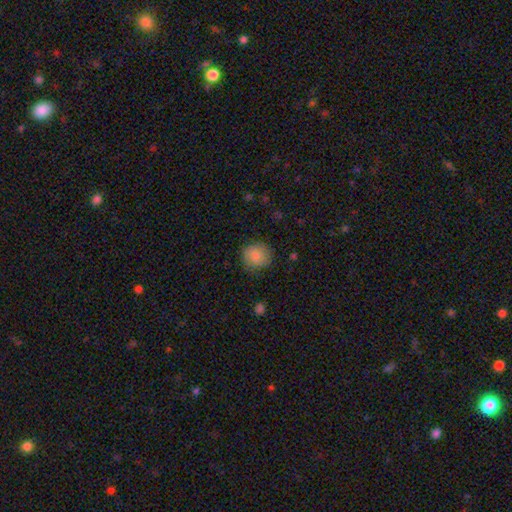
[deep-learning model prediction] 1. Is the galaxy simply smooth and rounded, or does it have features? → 86% smooth, 8% star or artifact, 5% featured or disk.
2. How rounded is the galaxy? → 91% round, 9% in between, 1% cigar-shaped.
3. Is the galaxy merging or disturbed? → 84% none, 12% minor disturbance, 3% major disturbance, 1% merger.